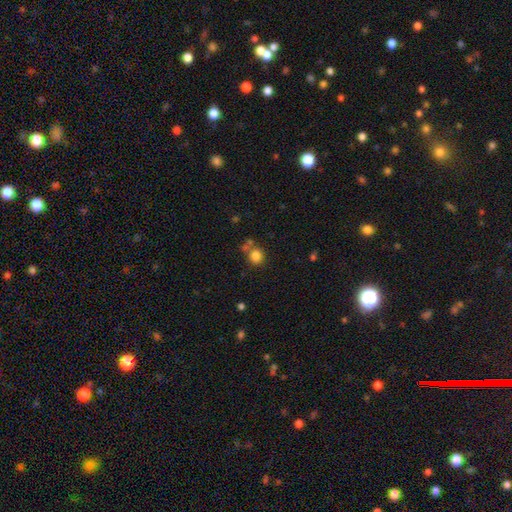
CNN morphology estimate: Smooth or featured: smooth — 81% (star or artifact — 12%)
How rounded: round — 80% (in between — 19%)
Merging: none — 63% (merger — 20%)